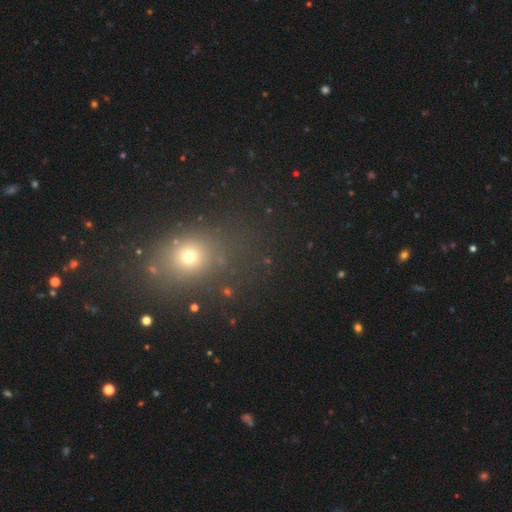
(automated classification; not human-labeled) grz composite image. It shows a smooth galaxy with no disk features (55%) that is round (58%). Merging: none (82%).